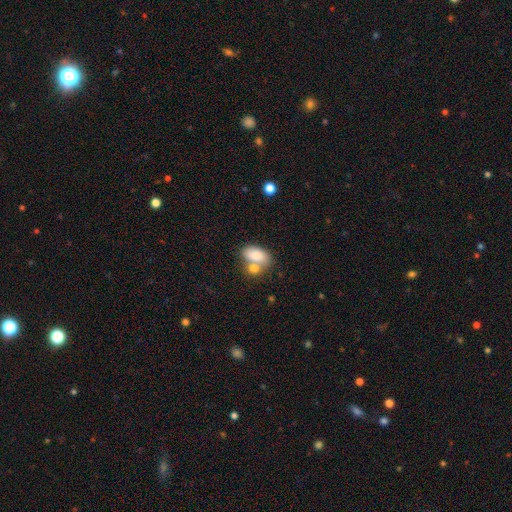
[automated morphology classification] This is clearly a smooth galaxy (81%). How rounded: clearly in between (90%). Merging: marginally merger (44%).